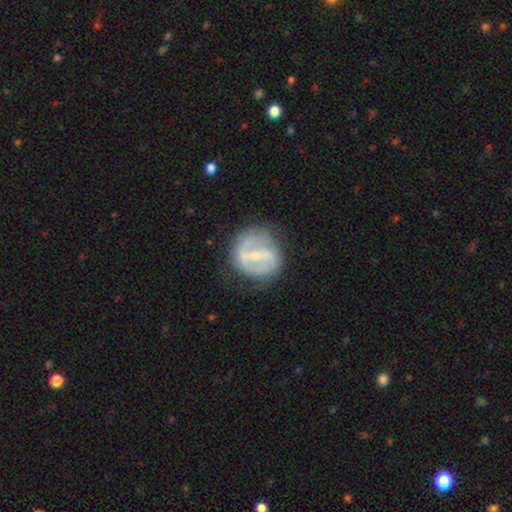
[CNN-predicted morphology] Overall: featured or disk (76%). Edge-on disk: no (96%). Bar: strong (57%; weak 34%). Spiral arms: yes (69%; no 31%). Spiral arm count: 2 (74%). Spiral winding: medium (42%; tight 36%). Bulge size: small (61%; moderate 30%). Merging: none (74%).